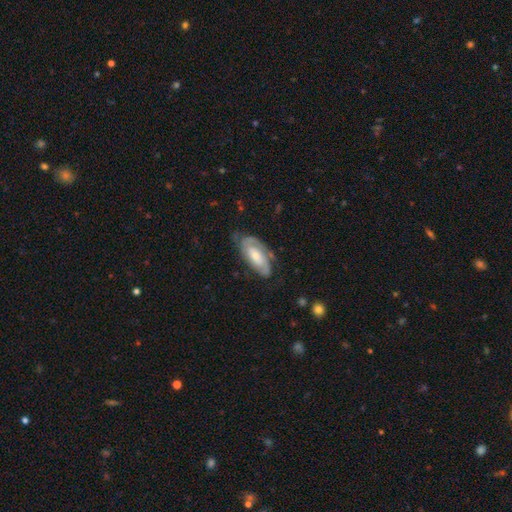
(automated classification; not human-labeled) This is likely a featured or disk galaxy (68%). It is clearly not viewed edge-on (91%). Bar: possibly no (60%). Spiral arm pattern: clearly yes (86%). Spiral arm count: possibly 2 (59%). Spiral winding: possibly tight (56%). Central bulge: possibly moderate (46%). Merging: likely none (66%).